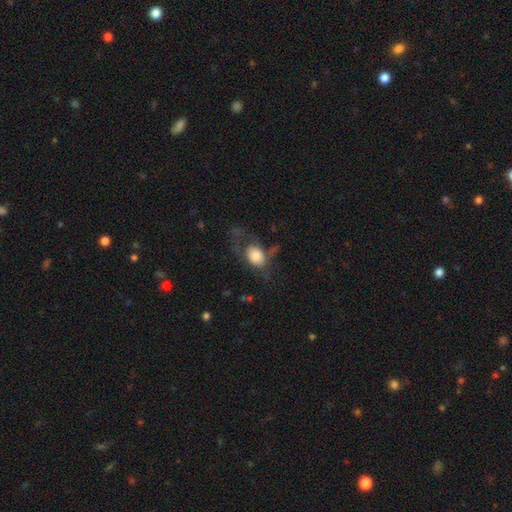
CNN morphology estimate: Overall: smooth (69%). How rounded: in between (73%). Merging: major disturbance (44%; none 29%).